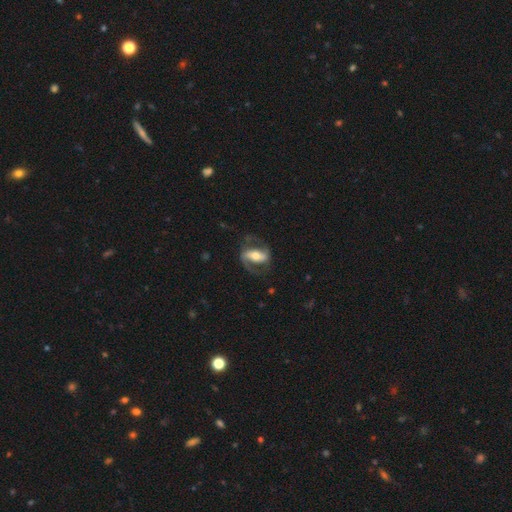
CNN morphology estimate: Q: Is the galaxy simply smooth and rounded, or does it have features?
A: featured or disk — 81%.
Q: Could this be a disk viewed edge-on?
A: no — 95%.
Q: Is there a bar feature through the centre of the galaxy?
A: strong — 58%.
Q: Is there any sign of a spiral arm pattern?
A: yes — 91%.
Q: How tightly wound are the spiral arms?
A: medium — 52%.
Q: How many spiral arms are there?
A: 2 — 88%.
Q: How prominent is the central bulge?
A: moderate — 64%.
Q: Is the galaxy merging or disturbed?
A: none — 71%.